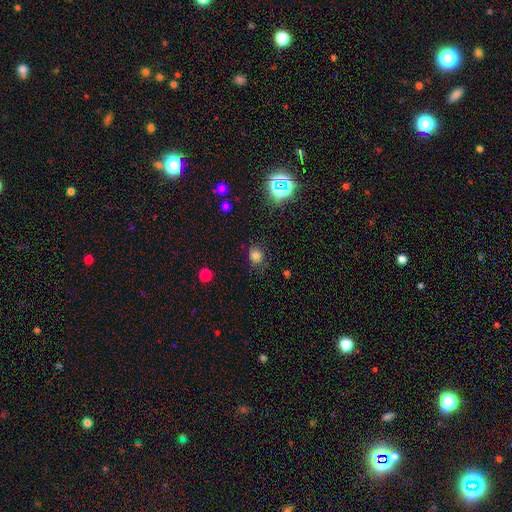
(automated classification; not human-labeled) A smooth galaxy with no disk features (77%) that is round (75%).

Vote fractions:
- Smooth or featured? smooth: 77% / star or artifact: 17% / featured or disk: 6%
- How rounded? round: 75% / in between: 24% / cigar-shaped: 1%
- Merging? none: 80% / minor disturbance: 14% / major disturbance: 4% / merger: 2%